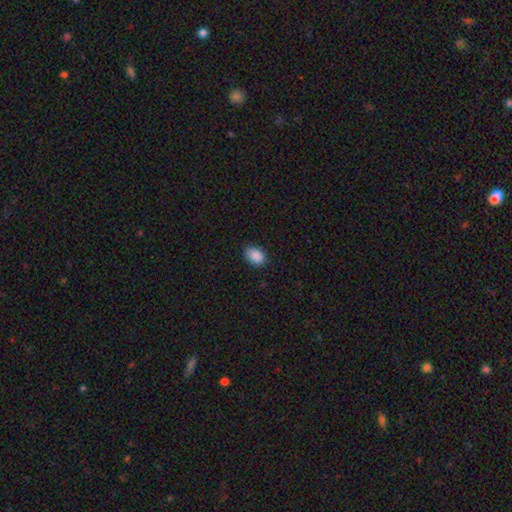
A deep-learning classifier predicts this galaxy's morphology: This is clearly a smooth galaxy (89%). How rounded: likely in between (79%). Merging: clearly none (84%).